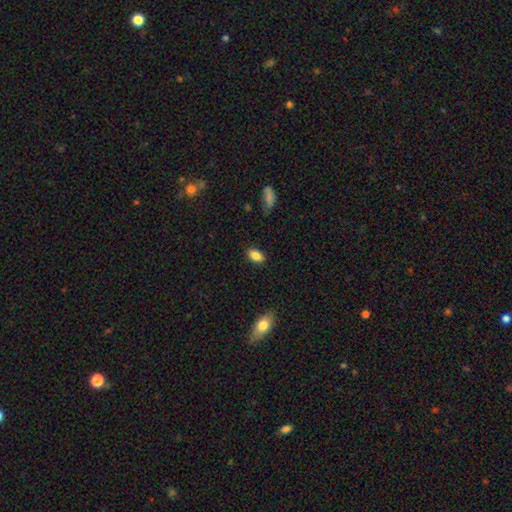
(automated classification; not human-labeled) Smooth or featured?
  - smooth: 86% *
  - star or artifact: 8%
  - featured or disk: 6%
How rounded?
  - in between: 90% *
  - round: 8%
  - cigar-shaped: 3%
Merging?
  - none: 86% *
  - minor disturbance: 10%
  - major disturbance: 2%
  - merger: 1%